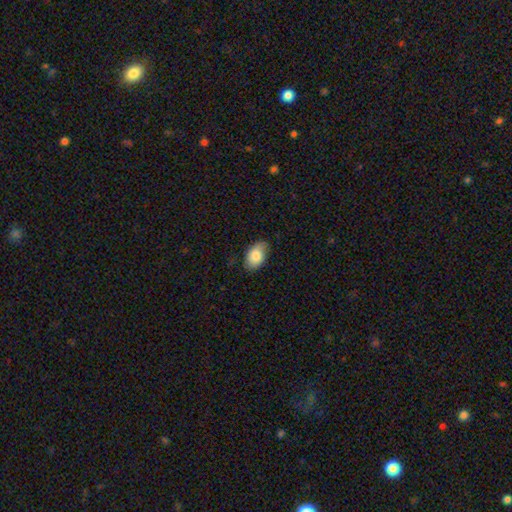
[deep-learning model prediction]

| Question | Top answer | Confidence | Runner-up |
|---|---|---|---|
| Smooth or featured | smooth | 82% | featured or disk (11%) |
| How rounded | in between | 91% | round (7%) |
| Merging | none | 75% | minor disturbance (20%) |